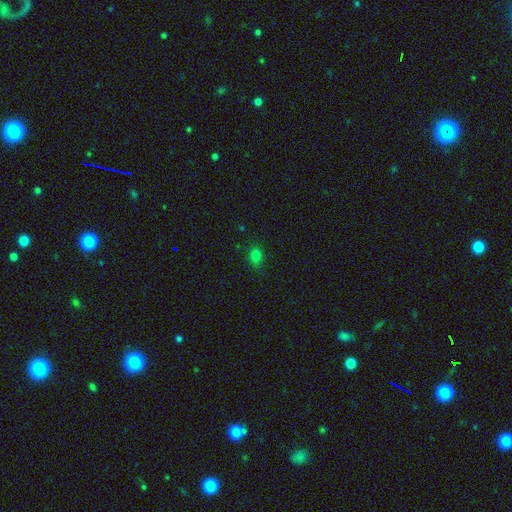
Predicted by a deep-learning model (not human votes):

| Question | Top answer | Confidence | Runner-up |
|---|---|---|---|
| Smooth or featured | smooth | 78% | star or artifact (17%) |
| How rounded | in between | 51% | round (48%) |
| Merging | none | 77% | minor disturbance (17%) |